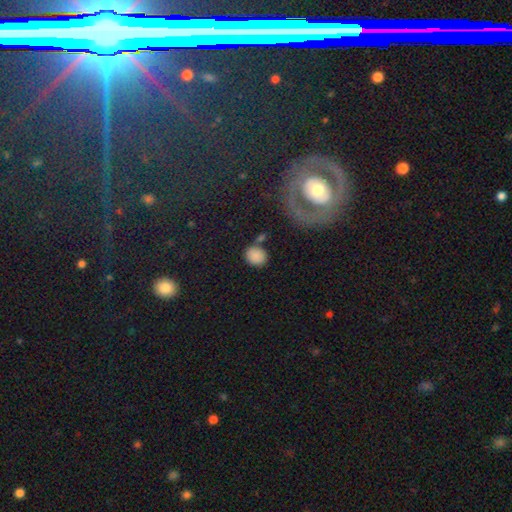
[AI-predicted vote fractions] smooth-or-featured: smooth: 85% | star or artifact: 9% | featured or disk: 6%
  how-rounded: round: 67% | in between: 32% | cigar-shaped: 1%
  merging: none: 68% | minor disturbance: 14% | merger: 11% | major disturbance: 6%